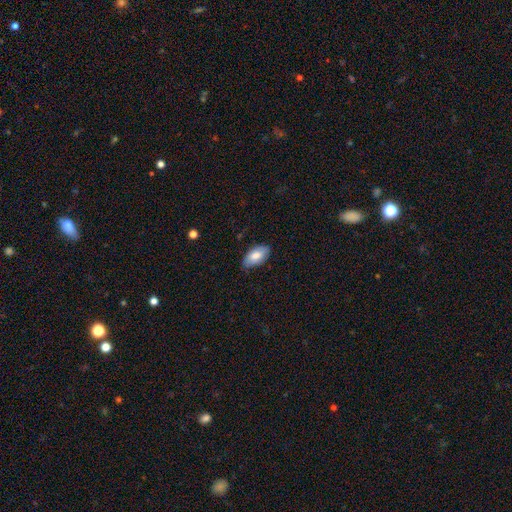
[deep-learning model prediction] Q: Smooth or featured?
A: smooth (77%); runner-up: featured or disk (17%)
Q: How rounded?
A: in between (95%); runner-up: round (3%)
Q: Merging?
A: none (78%); runner-up: minor disturbance (18%)